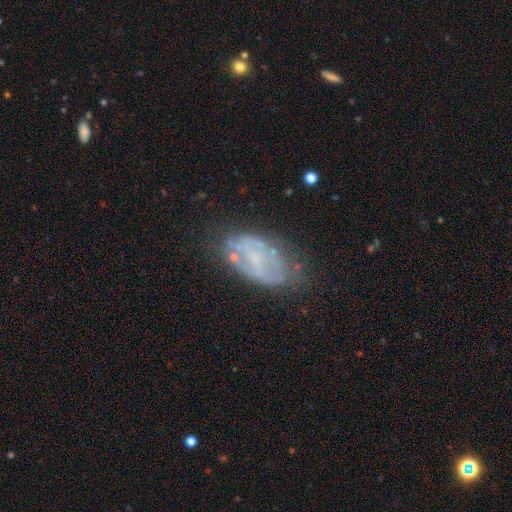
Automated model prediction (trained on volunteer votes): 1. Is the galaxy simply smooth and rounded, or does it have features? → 59% featured or disk, 31% smooth, 10% star or artifact.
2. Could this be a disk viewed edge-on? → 95% no, 5% yes.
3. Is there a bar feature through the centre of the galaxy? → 65% no, 25% weak, 10% strong.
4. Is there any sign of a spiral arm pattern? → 71% no, 29% yes.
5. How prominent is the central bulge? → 57% none, 28% small, 12% moderate, 2% large, 1% dominant.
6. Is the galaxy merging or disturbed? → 53% none, 26% minor disturbance, 15% major disturbance, 5% merger.